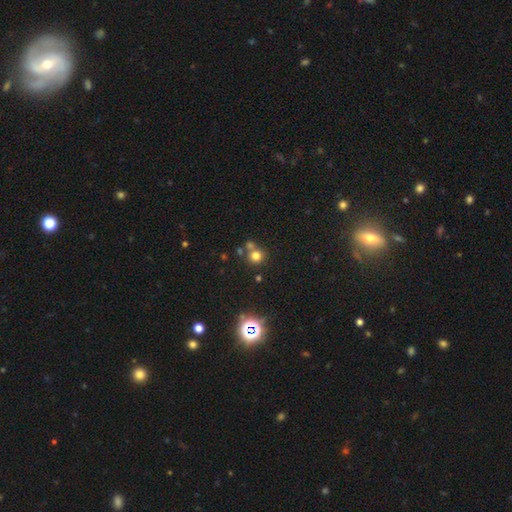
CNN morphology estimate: A smooth galaxy with no disk features (73%) that is round (92%). Merging: none (61%).